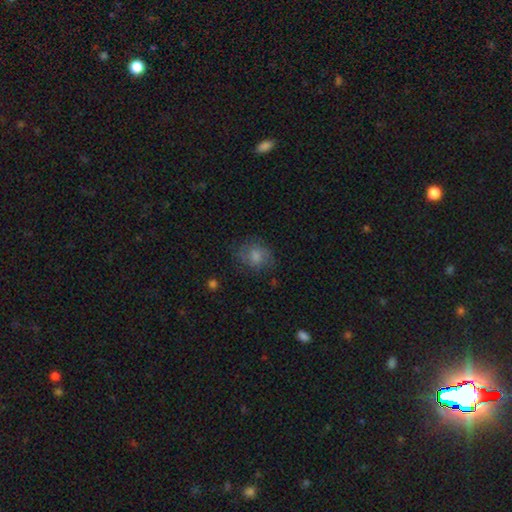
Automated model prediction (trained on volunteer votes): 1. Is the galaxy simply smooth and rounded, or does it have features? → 55% smooth, 27% featured or disk, 17% star or artifact.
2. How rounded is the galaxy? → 62% round, 37% in between, 1% cigar-shaped.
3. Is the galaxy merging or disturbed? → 72% none, 19% minor disturbance, 8% major disturbance, 1% merger.